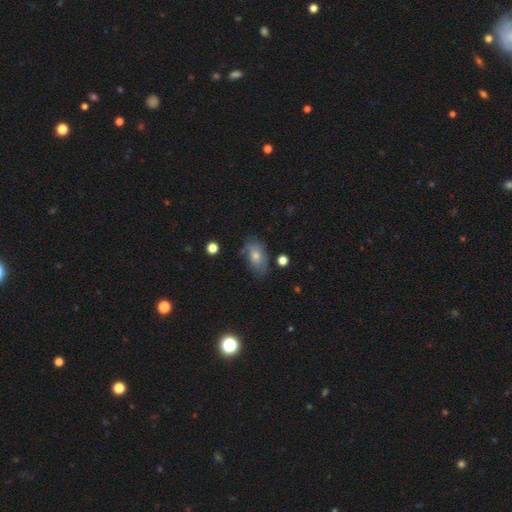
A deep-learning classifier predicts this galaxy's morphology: smooth-or-featured: smooth: 57% | featured or disk: 29% | star or artifact: 14%
  how-rounded: in between: 84% | round: 14% | cigar-shaped: 3%
  merging: none: 65% | minor disturbance: 25% | major disturbance: 7% | merger: 3%